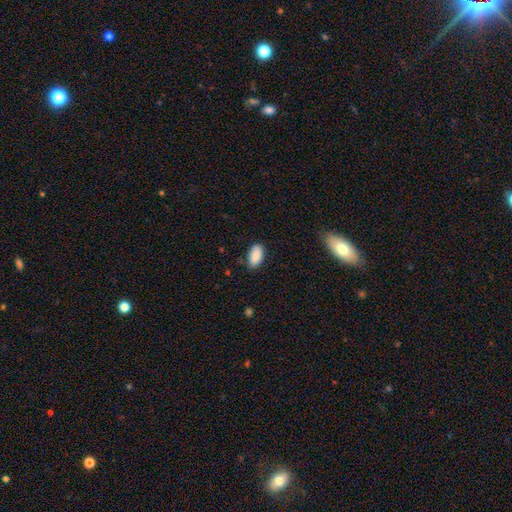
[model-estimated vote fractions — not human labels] This is clearly a smooth galaxy (87%). How rounded: clearly in between (94%). Merging: clearly none (82%).